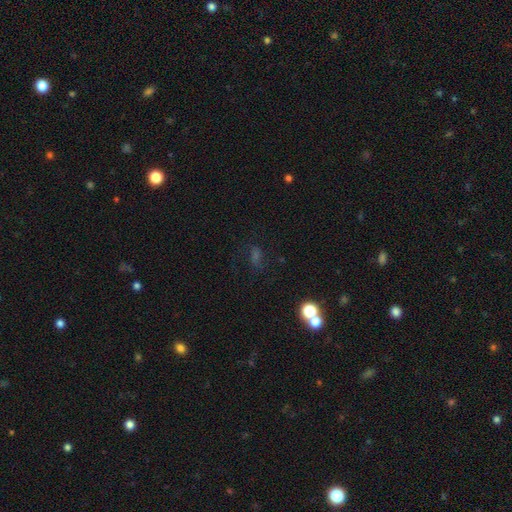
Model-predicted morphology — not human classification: Overall: star or artifact (41%; smooth 39%).